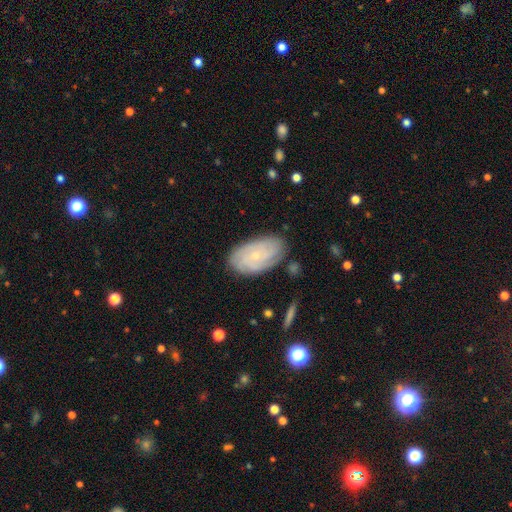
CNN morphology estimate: A featured or disk galaxy (65%) with no bar (80%), tight (69%) spiral arms (87%) and a small central bulge (79%).

Vote fractions:
- Smooth or featured? featured or disk: 65% / smooth: 28% / star or artifact: 7%
- Edge-on disk? no: 95% / yes: 5%
- Bar? no: 80% / weak: 17% / strong: 3%
- Spiral arms? yes: 87% / no: 13%
- Spiral winding? tight: 69% / medium: 23% / loose: 7%
- Spiral arm count? can't tell: 45% / 3: 15% / 2: 15% / 4: 14% / more than 4: 5% / 1: 5%
- Bulge size? small: 79% / moderate: 17% / none: 2% / large: 1% / dominant: 1%
- Merging? none: 78% / minor disturbance: 16% / major disturbance: 4% / merger: 2%